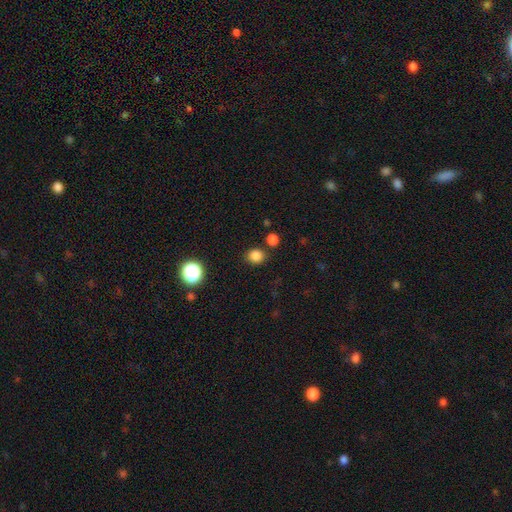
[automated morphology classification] The model was most divided on "how rounded": round: 76%, in between: 23%, cigar-shaped: 1%. More confident: smooth or featured — smooth (83%); merging — none (81%).